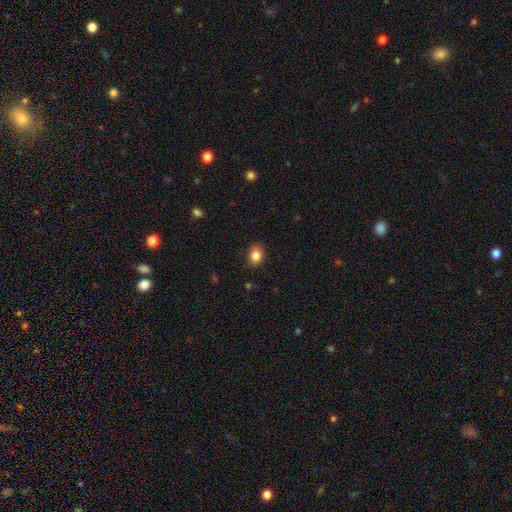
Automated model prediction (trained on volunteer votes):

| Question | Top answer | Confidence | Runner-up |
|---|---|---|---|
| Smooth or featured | smooth | 86% | star or artifact (9%) |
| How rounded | in between | 64% | round (35%) |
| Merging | none | 84% | minor disturbance (12%) |